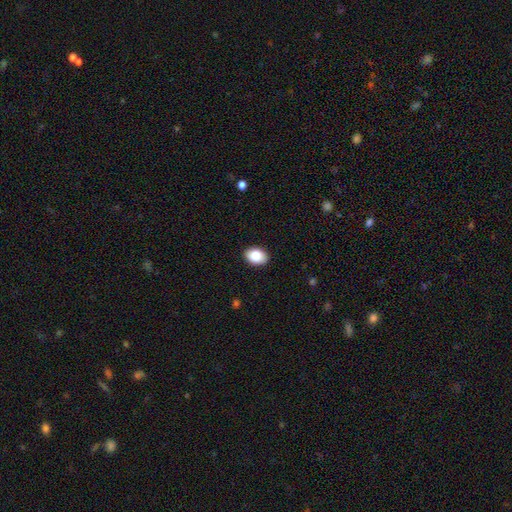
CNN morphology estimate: smooth-or-featured: smooth: 88% | star or artifact: 7% | featured or disk: 4%
  how-rounded: in between: 80% | round: 19% | cigar-shaped: 1%
  merging: none: 89% | minor disturbance: 8% | major disturbance: 2% | merger: 1%